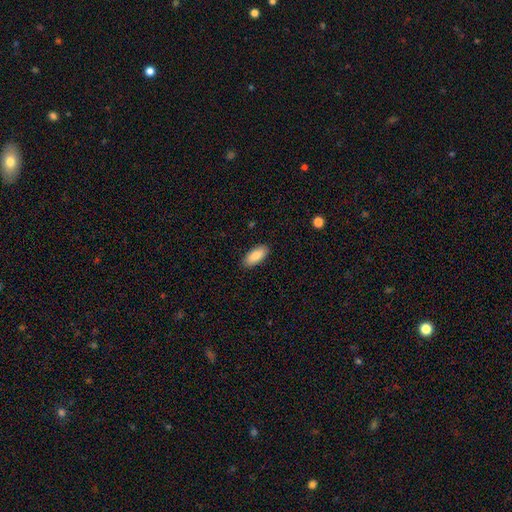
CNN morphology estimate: Smooth or featured? smooth (88%)
How rounded? in between (89%)
Merging? none (89%)